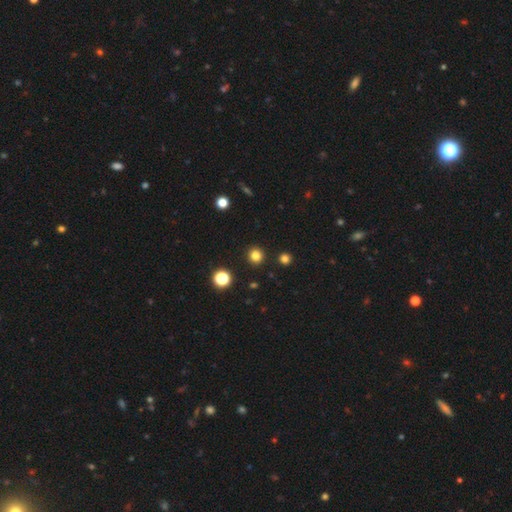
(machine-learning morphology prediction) Smooth or featured: smooth — 81% (star or artifact — 14%)
How rounded: round — 94% (in between — 5%)
Merging: none — 92% (minor disturbance — 5%)